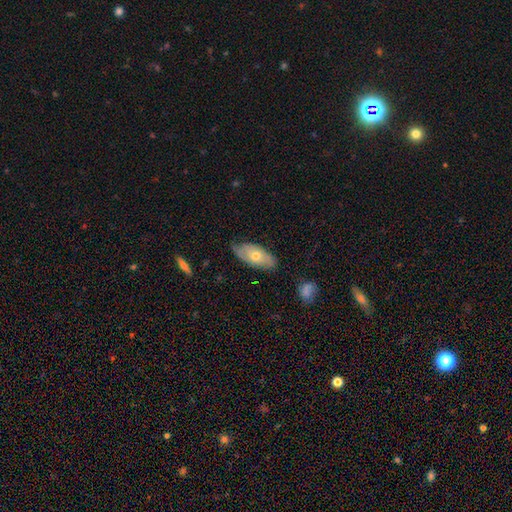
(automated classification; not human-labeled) smooth-or-featured: smooth: 52% | featured or disk: 42% | star or artifact: 7%
  how-rounded: in between: 88% | cigar-shaped: 8% | round: 4%
  merging: none: 69% | minor disturbance: 25% | major disturbance: 4% | merger: 2%